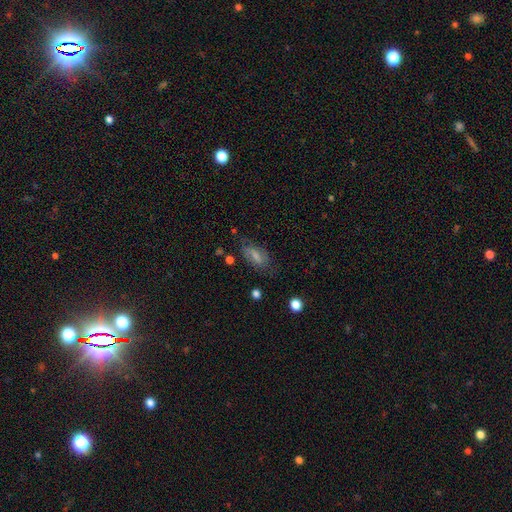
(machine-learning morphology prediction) The model was most divided on "smooth or featured": smooth: 60%, featured or disk: 31%, star or artifact: 10%. More confident: how rounded — in between (82%); merging — none (62%).